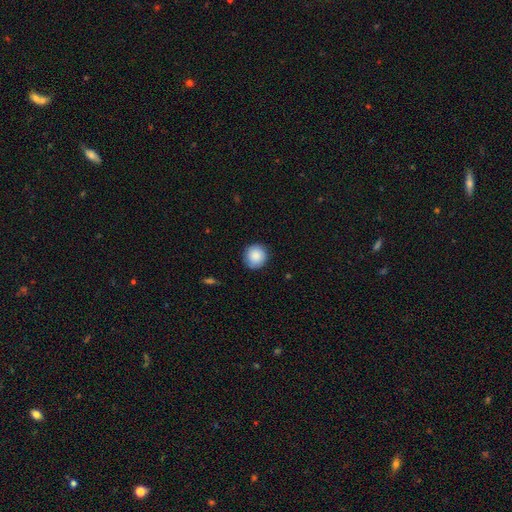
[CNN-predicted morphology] Q: Smooth or featured?
A: smooth (88%); runner-up: star or artifact (7%)
Q: How rounded?
A: round (93%); runner-up: in between (7%)
Q: Merging?
A: none (89%); runner-up: minor disturbance (8%)